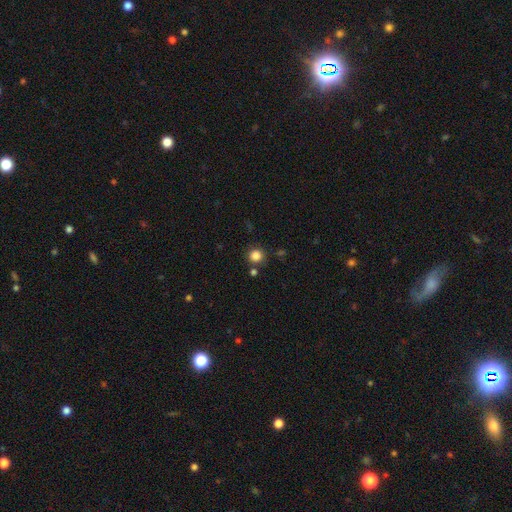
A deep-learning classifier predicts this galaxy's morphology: Smooth or featured?
  - smooth: 84% *
  - star or artifact: 12%
  - featured or disk: 4%
How rounded?
  - round: 93% *
  - in between: 6%
  - cigar-shaped: 1%
Merging?
  - none: 84% *
  - minor disturbance: 8%
  - merger: 6%
  - major disturbance: 3%